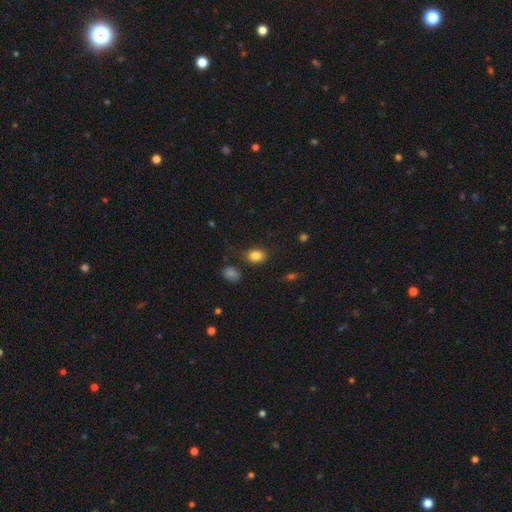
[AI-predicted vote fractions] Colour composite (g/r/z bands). It shows a smooth galaxy with no disk features (84%) that is in between round and cigar-shaped (73%). Merging: none (80%).